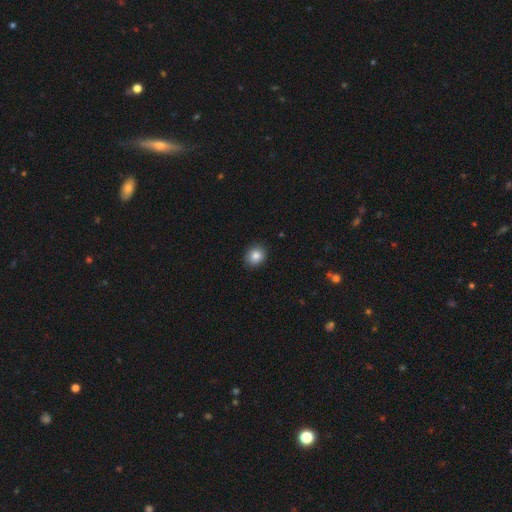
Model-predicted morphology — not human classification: smooth 85%, star or artifact 9%, featured or disk 6%. Down the decision tree: how rounded — round (73%); merging — none (89%).